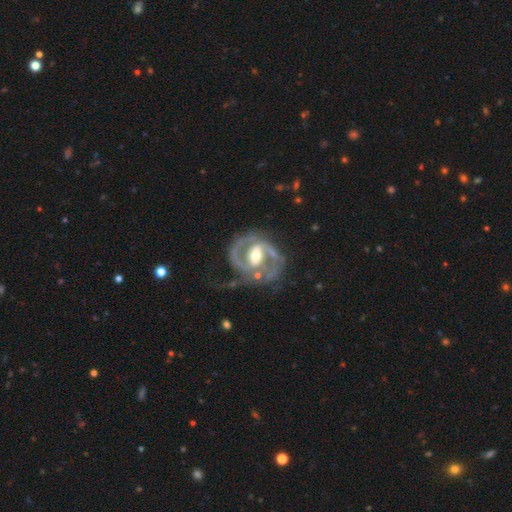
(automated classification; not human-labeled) The model was most divided on "bar": weak: 40%, strong: 39%, no: 20%. Remaining: edge-on disk — no (97%); spiral arms — yes (91%); smooth or featured — featured or disk (89%); spiral arm count — 2 (81%); bulge size — moderate (67%); merging — none (60%); spiral winding — medium (49%).